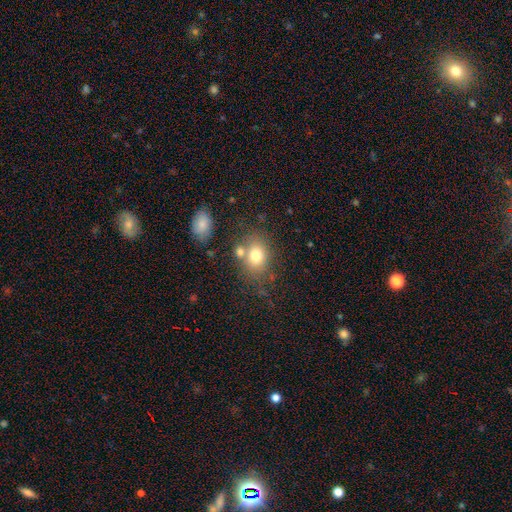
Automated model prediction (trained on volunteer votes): Smooth or featured?
  - smooth: 75% *
  - featured or disk: 14%
  - star or artifact: 11%
How rounded?
  - in between: 60% *
  - round: 39%
  - cigar-shaped: 1%
Merging?
  - none: 59% *
  - merger: 21%
  - minor disturbance: 14%
  - major disturbance: 6%